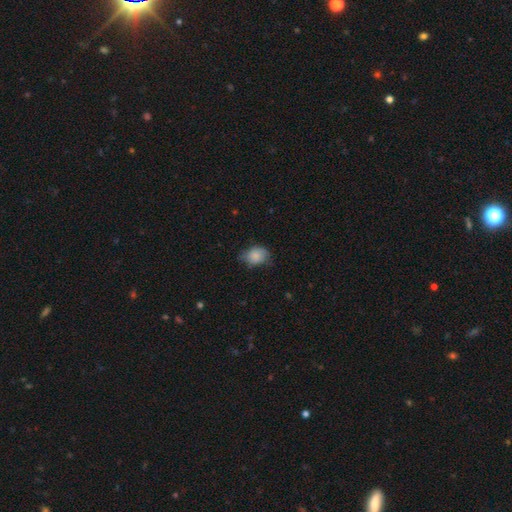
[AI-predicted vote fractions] smooth 78%, featured or disk 13%, star or artifact 8%. Down the decision tree: how rounded — in between (61%); merging — none (57%).